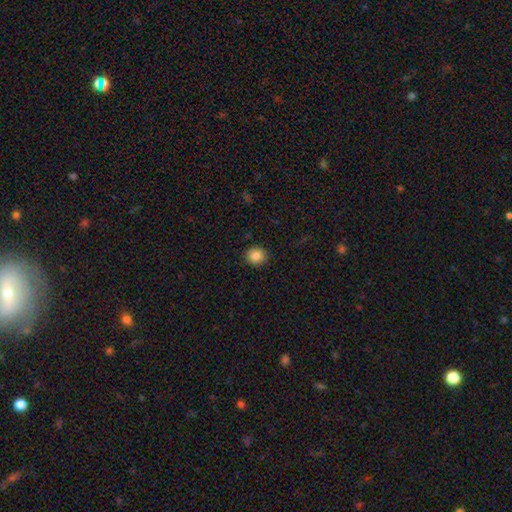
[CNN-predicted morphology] A smooth galaxy with no disk features (85%) that is round (80%). Merging: none (90%).